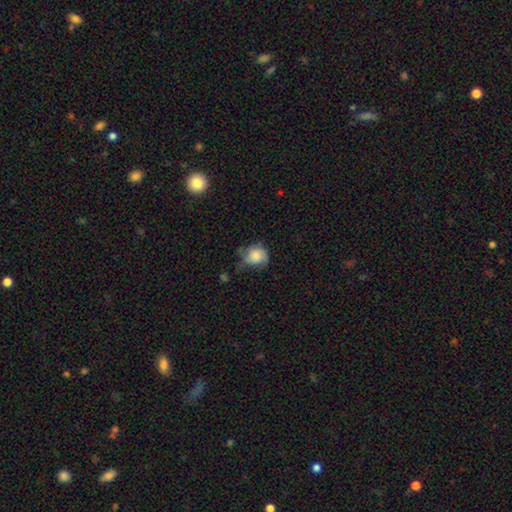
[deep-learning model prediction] Smooth or featured: smooth — 69% (featured or disk — 23%)
How rounded: round — 68% (in between — 31%)
Merging: none — 40% (minor disturbance — 37%)